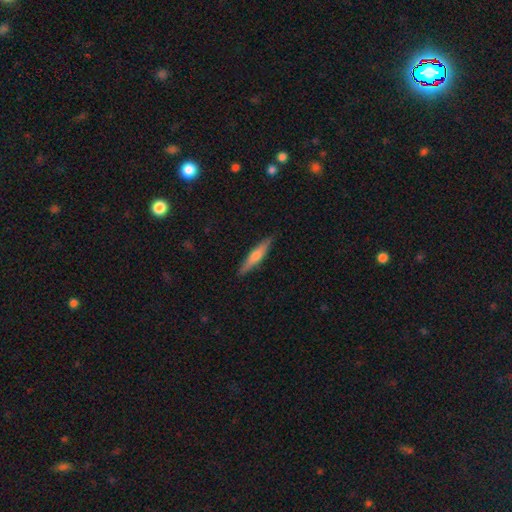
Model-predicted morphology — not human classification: The model was most divided on "smooth or featured": smooth: 50%, featured or disk: 44%, star or artifact: 6%. More confident: merging — none (90%); how rounded — cigar-shaped (89%).